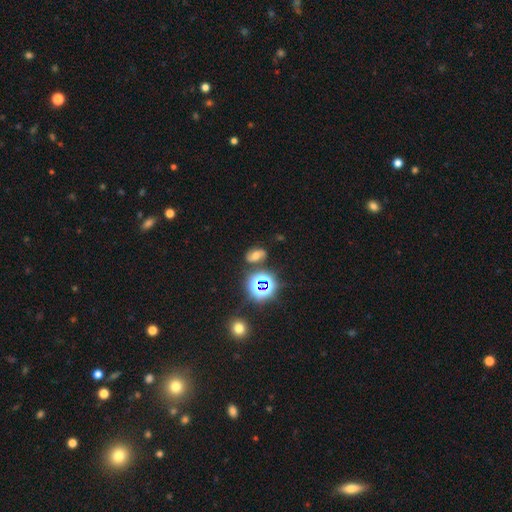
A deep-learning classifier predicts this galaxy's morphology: A smooth galaxy with no disk features (38%).

Vote fractions:
- Smooth or featured? smooth: 38% / star or artifact: 32% / featured or disk: 30%
- Merging? none: 72% / minor disturbance: 16% / major disturbance: 6% / merger: 6%